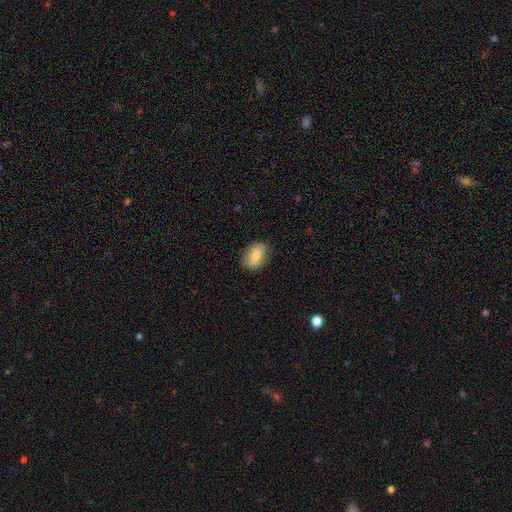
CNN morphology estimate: Smooth or featured: smooth — 80% (featured or disk — 13%)
How rounded: in between — 84% (round — 14%)
Merging: none — 81% (minor disturbance — 15%)